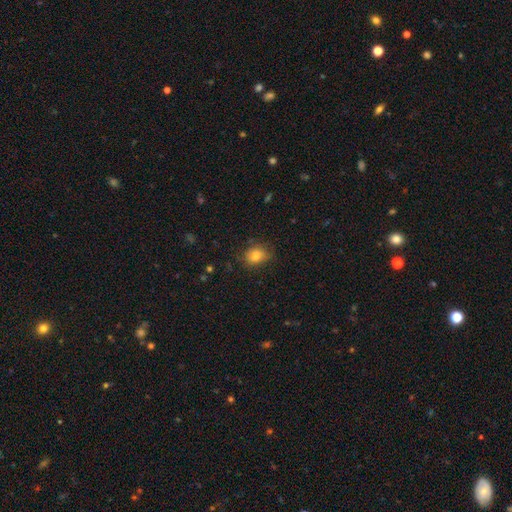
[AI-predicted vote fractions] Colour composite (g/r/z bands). It shows a smooth galaxy with no disk features (79%) that is in between round and cigar-shaped (51%). Merging: none (71%).